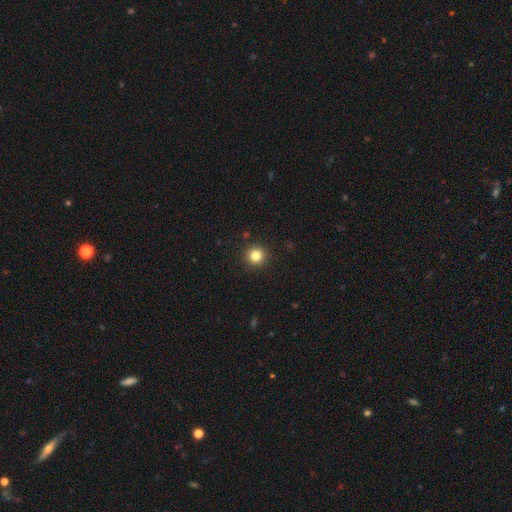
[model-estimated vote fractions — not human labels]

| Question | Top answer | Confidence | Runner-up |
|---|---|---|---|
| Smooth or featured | smooth | 83% | star or artifact (12%) |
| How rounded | round | 95% | in between (4%) |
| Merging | none | 92% | minor disturbance (5%) |